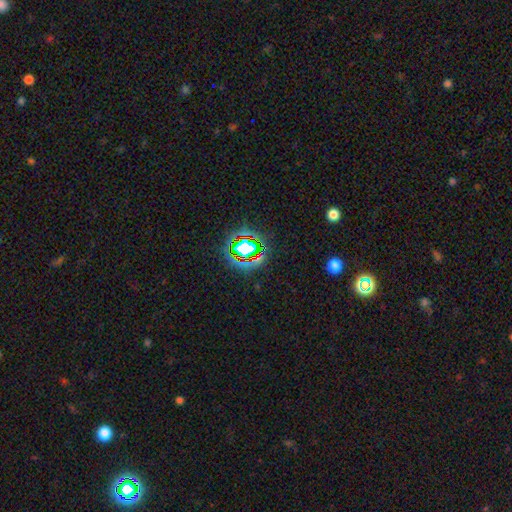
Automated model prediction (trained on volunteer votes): smooth-or-featured: star or artifact: 65% | smooth: 23% | featured or disk: 13%